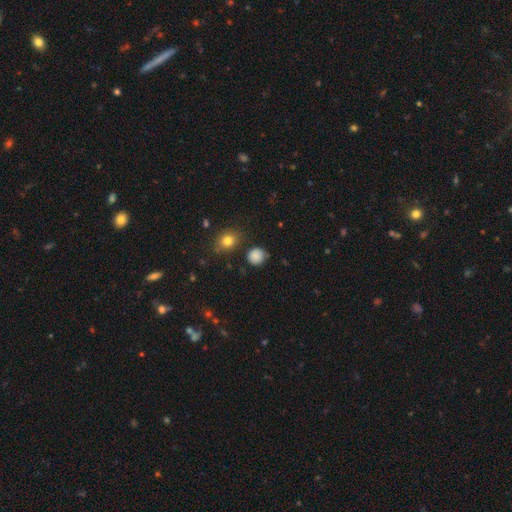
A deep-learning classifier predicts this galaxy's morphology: smooth_or_featured: smooth (p=0.84) [alt: star or artifact p=0.11]
how_rounded: round (p=0.86) [alt: in between p=0.13]
merging: none (p=0.79) [alt: minor disturbance p=0.14]